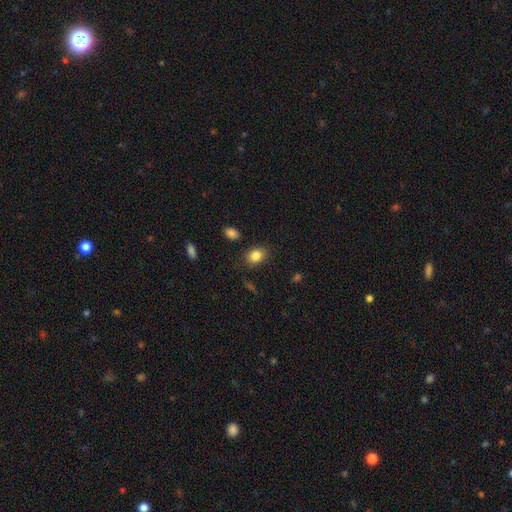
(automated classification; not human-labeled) smooth_or_featured: smooth (p=0.84) [alt: star or artifact p=0.09]
how_rounded: in between (p=0.64) [alt: round p=0.35]
merging: none (p=0.85) [alt: minor disturbance p=0.10]